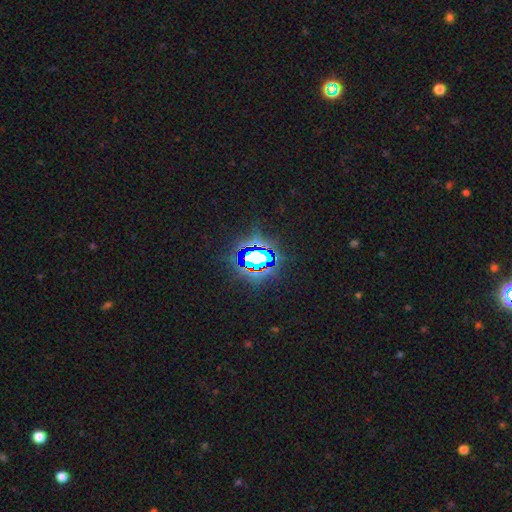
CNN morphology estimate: smooth-or-featured: star or artifact: 75% | smooth: 13% | featured or disk: 11%